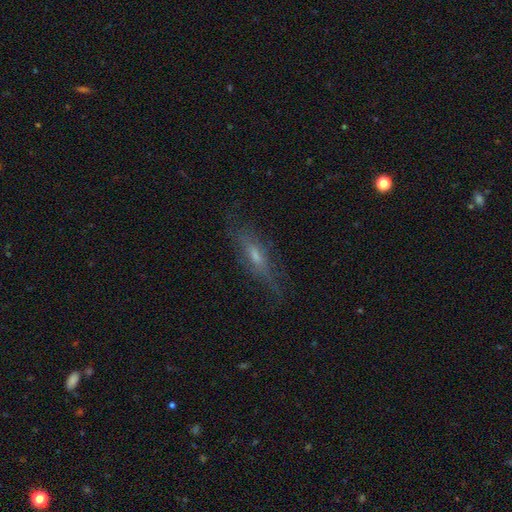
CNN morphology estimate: smooth-or-featured: featured or disk: 52% | smooth: 38% | star or artifact: 11%
  disk-edge-on: yes: 65% | no: 35%
  merging: none: 69% | minor disturbance: 20% | major disturbance: 10% | merger: 2%